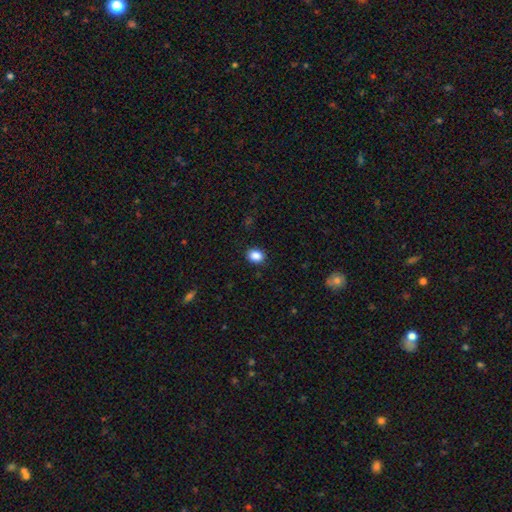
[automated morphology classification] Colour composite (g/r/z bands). It shows a smooth galaxy with no disk features (88%) that is in between round and cigar-shaped (56%). Merging: none (89%).